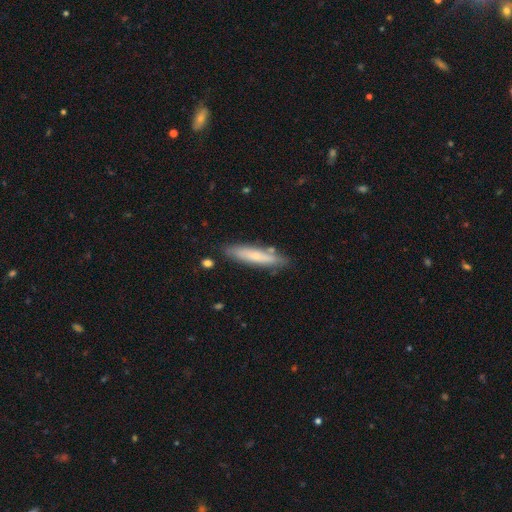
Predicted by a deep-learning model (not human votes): Overall: smooth (57%; featured or disk 36%). How rounded: cigar-shaped (86%). Merging: none (81%).